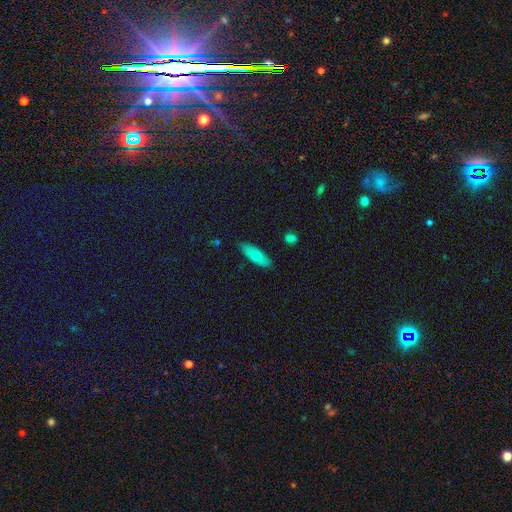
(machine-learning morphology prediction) Smooth or featured: smooth — 72% (featured or disk — 21%)
How rounded: in between — 63% (cigar-shaped — 35%)
Merging: none — 82% (minor disturbance — 14%)